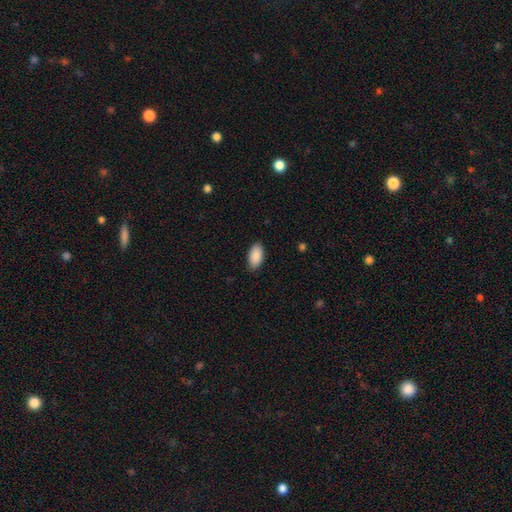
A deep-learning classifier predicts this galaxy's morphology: smooth-or-featured: smooth: 91% | star or artifact: 6% | featured or disk: 3%
  how-rounded: in between: 95% | cigar-shaped: 3% | round: 2%
  merging: none: 86% | minor disturbance: 11% | major disturbance: 2% | merger: 1%